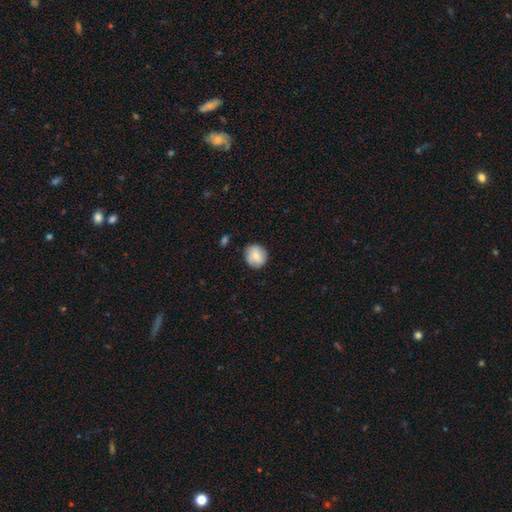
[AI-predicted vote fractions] A smooth galaxy with no disk features (77%) that is round (85%).

Vote fractions:
- Smooth or featured? smooth: 77% / featured or disk: 16% / star or artifact: 7%
- How rounded? round: 85% / in between: 14% / cigar-shaped: 1%
- Merging? none: 82% / minor disturbance: 14% / major disturbance: 3% / merger: 1%